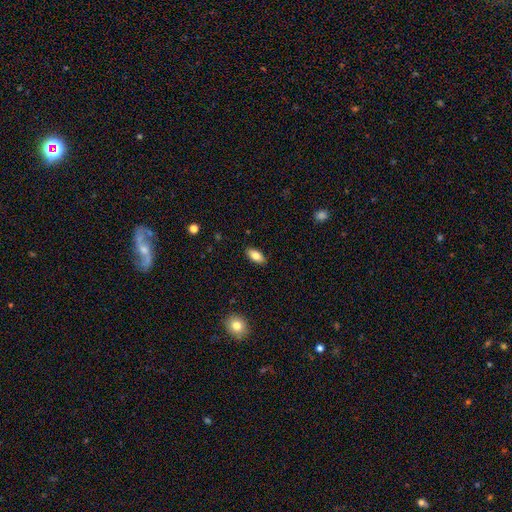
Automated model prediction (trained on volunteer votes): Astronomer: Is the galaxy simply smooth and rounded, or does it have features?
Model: smooth — 80%.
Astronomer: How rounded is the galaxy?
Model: in between — 90%.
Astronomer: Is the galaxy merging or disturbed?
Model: none — 89%.